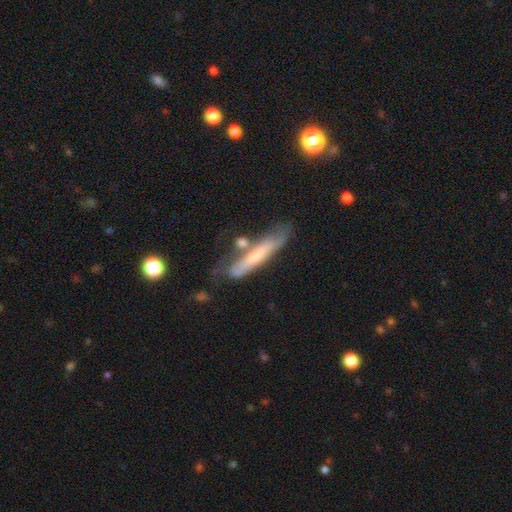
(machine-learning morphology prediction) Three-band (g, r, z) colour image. It shows a smooth galaxy with no disk features (47%, tied with featured or disk). Merging: none (52%).